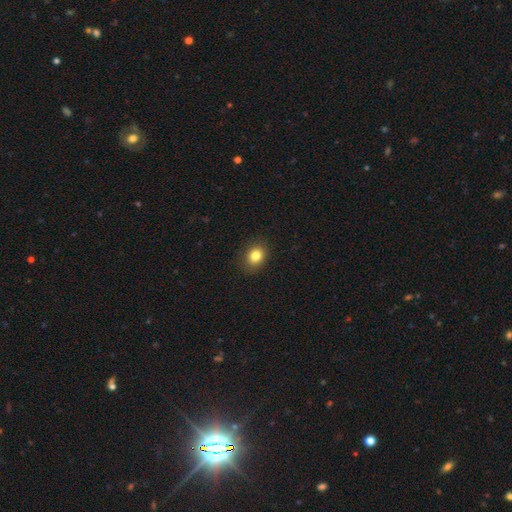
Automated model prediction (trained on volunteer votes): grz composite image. It shows a smooth galaxy with no disk features (82%) that is round (53%). Merging: none (88%).